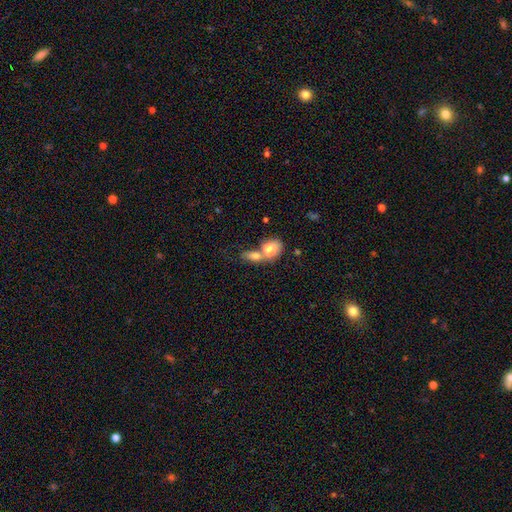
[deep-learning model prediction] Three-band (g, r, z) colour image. It shows a smooth galaxy with no disk features (72%) that is in between round and cigar-shaped (60%). Merging: merger (58%).